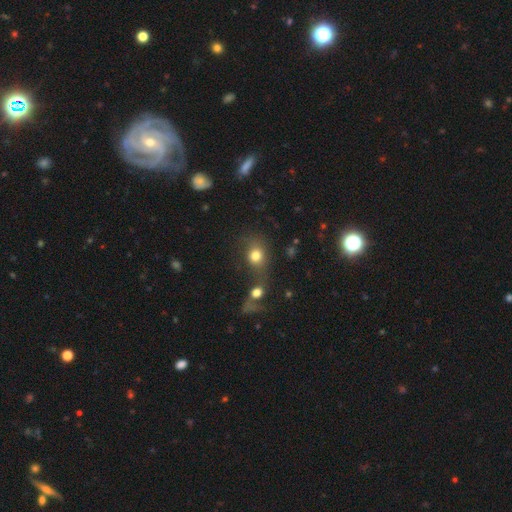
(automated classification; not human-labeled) smooth-or-featured: smooth: 76% | star or artifact: 13% | featured or disk: 11%
  how-rounded: round: 60% | in between: 39% | cigar-shaped: 2%
  merging: merger: 40% | none: 36% | major disturbance: 13% | minor disturbance: 11%